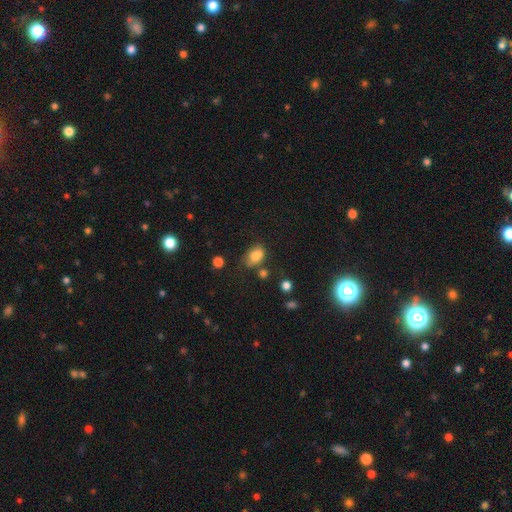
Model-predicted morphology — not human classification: This is likely a smooth galaxy (77%). How rounded: likely in between (76%). Merging: possibly none (46%).